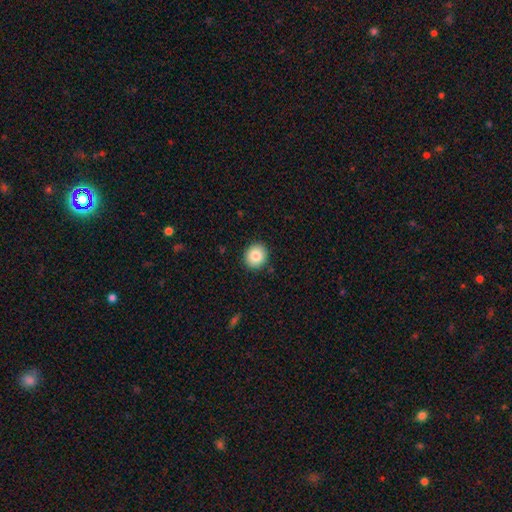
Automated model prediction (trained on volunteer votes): Smooth or featured? smooth (84%)
How rounded? round (84%)
Merging? none (91%)